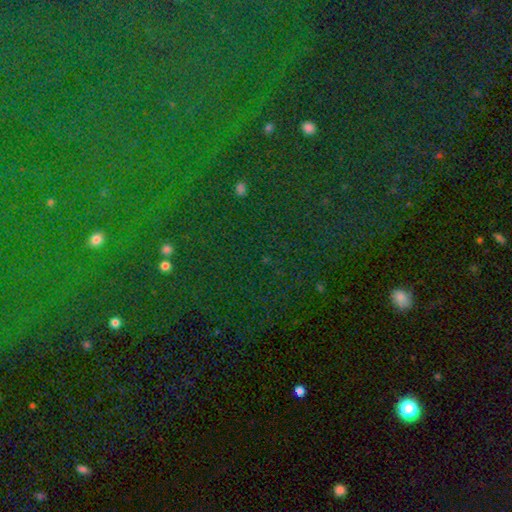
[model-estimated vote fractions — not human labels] Smooth or featured? star or artifact (78%)